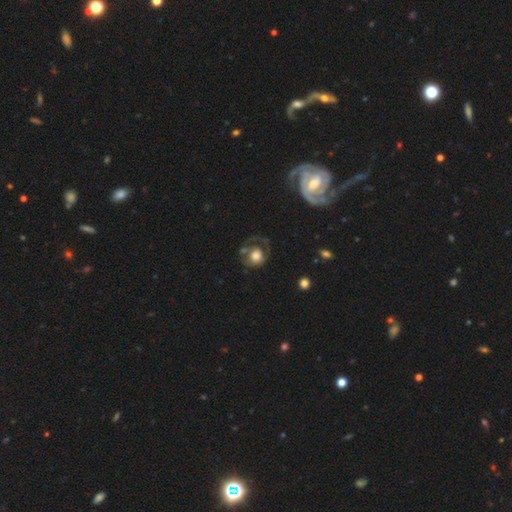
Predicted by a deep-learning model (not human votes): Morphology: type=smooth (48%); merging=major disturbance (38%).